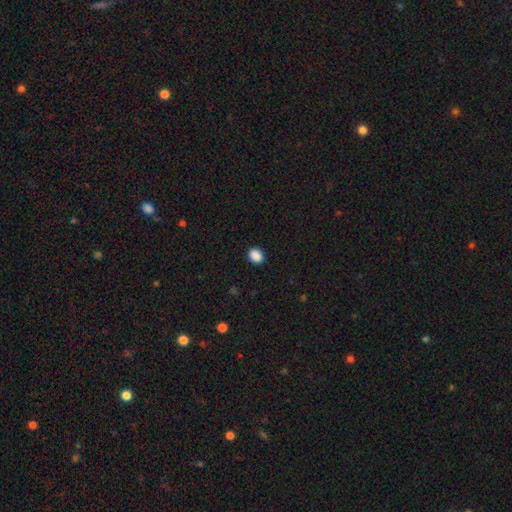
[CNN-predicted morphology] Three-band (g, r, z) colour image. It shows a smooth galaxy with no disk features (88%) that is in between round and cigar-shaped (57%). Merging: none (88%).